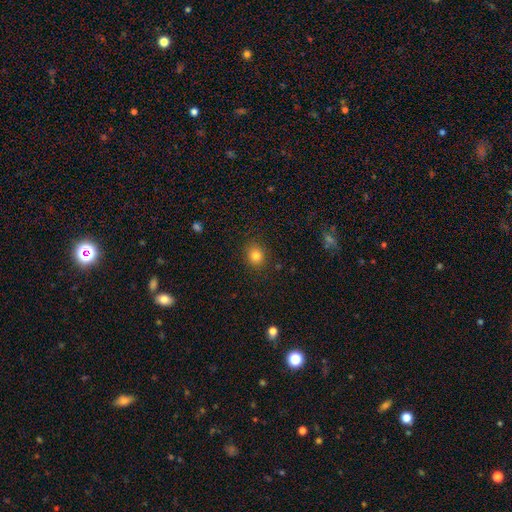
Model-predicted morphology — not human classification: A smooth galaxy with no disk features (83%) that is round (75%).

Vote fractions:
- Smooth or featured? smooth: 83% / star or artifact: 12% / featured or disk: 6%
- How rounded? round: 75% / in between: 24% / cigar-shaped: 1%
- Merging? none: 88% / minor disturbance: 9% / major disturbance: 3% / merger: 1%